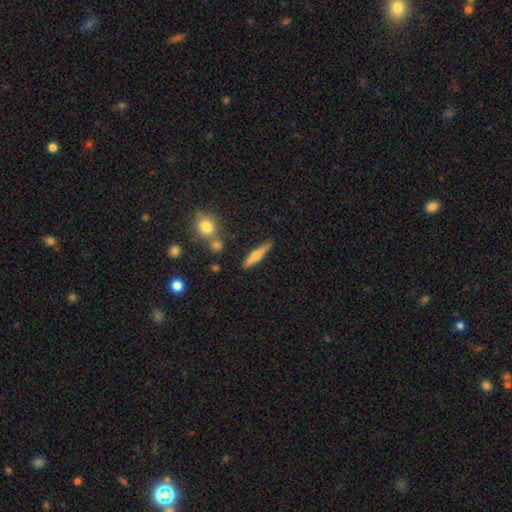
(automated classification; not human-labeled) This appears to be a smooth galaxy with no disk features (51%) that is cigar-shaped (83%). Merging: none (81%).